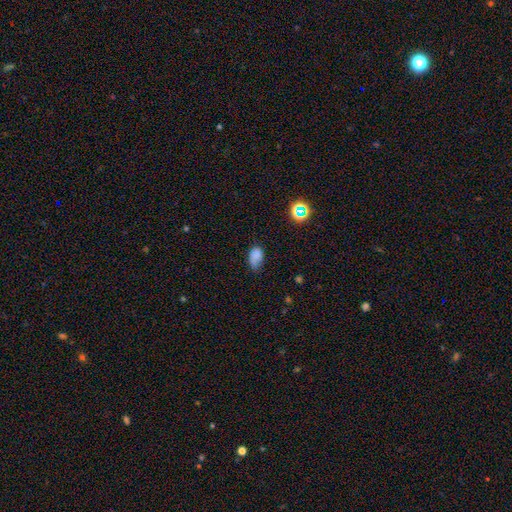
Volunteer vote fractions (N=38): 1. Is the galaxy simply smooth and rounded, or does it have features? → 76% smooth, 16% featured or disk, 8% star or artifact.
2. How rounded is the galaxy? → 86% in between, 14% round, 0% cigar-shaped.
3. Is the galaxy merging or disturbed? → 60% none, 34% minor disturbance, 6% major disturbance, 0% merger.